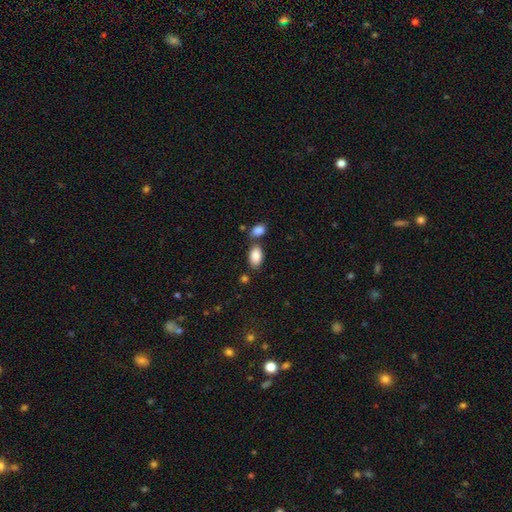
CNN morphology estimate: A smooth galaxy with no disk features (88%) that is in between round and cigar-shaped (94%).

Vote fractions:
- Smooth or featured? smooth: 88% / star or artifact: 7% / featured or disk: 5%
- How rounded? in between: 94% / round: 5% / cigar-shaped: 2%
- Merging? none: 64% / merger: 20% / minor disturbance: 12% / major disturbance: 3%